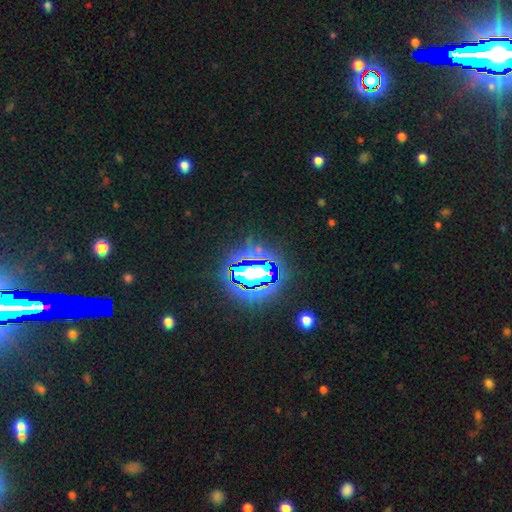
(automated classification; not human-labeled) Smooth or featured?
  - star or artifact: 76% *
  - smooth: 13%
  - featured or disk: 11%